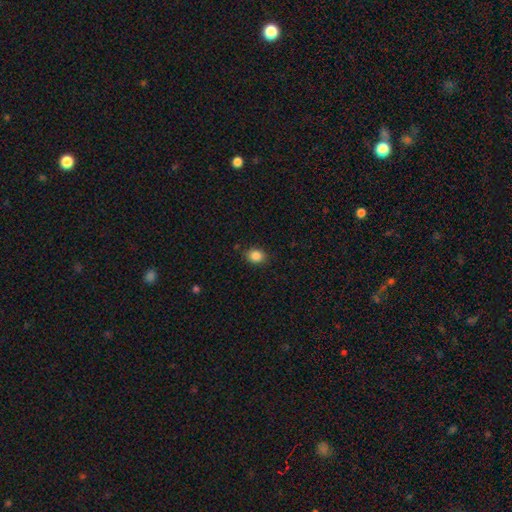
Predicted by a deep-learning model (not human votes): smooth-or-featured: smooth: 87% | star or artifact: 10% | featured or disk: 4%
  how-rounded: round: 55% | in between: 45% | cigar-shaped: 1%
  merging: none: 85% | minor disturbance: 11% | major disturbance: 3% | merger: 1%